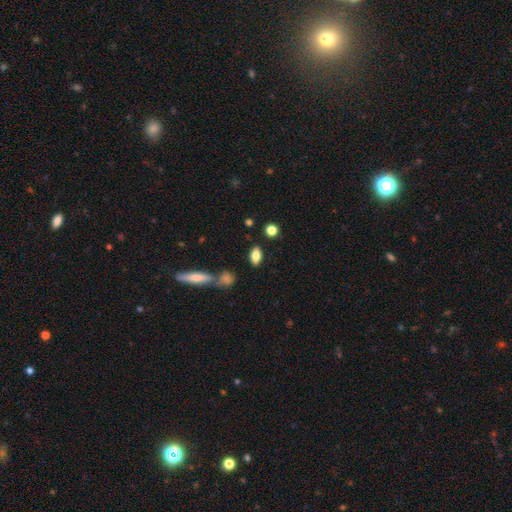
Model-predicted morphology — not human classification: Smooth or featured?
  - smooth: 74% *
  - featured or disk: 18%
  - star or artifact: 8%
How rounded?
  - in between: 80% *
  - cigar-shaped: 15%
  - round: 5%
Merging?
  - none: 81% *
  - minor disturbance: 11%
  - merger: 5%
  - major disturbance: 3%